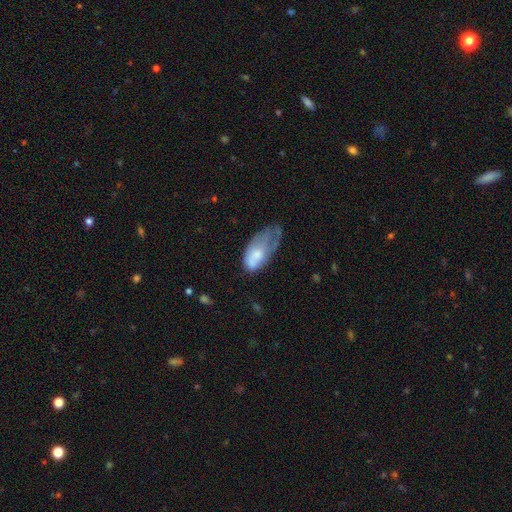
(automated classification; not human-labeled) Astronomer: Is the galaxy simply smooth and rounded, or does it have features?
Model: smooth — 61%.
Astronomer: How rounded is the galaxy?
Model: in between — 91%.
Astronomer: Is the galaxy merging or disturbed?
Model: major disturbance — 40% (runner-up: minor disturbance, 36%).